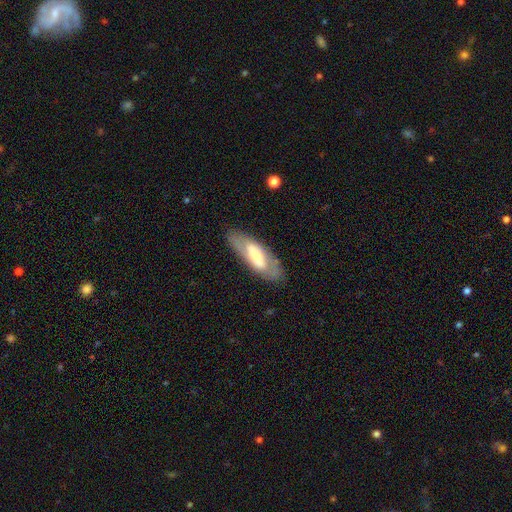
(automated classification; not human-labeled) This appears to be a smooth galaxy with no disk features (48%). Merging: none (77%).